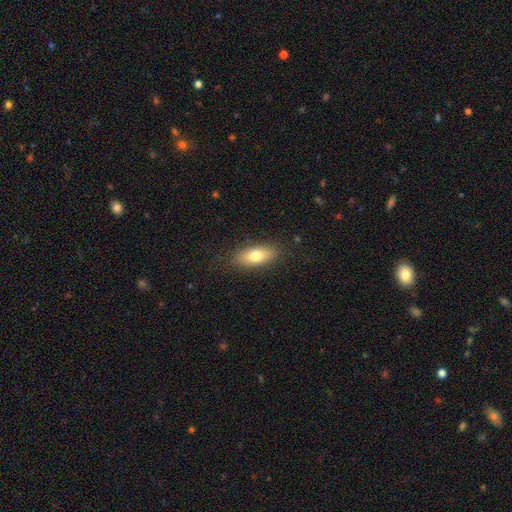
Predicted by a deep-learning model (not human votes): smooth-or-featured: smooth: 75% | featured or disk: 18% | star or artifact: 7%
  how-rounded: in between: 79% | cigar-shaped: 17% | round: 4%
  merging: none: 85% | minor disturbance: 11% | major disturbance: 3% | merger: 1%